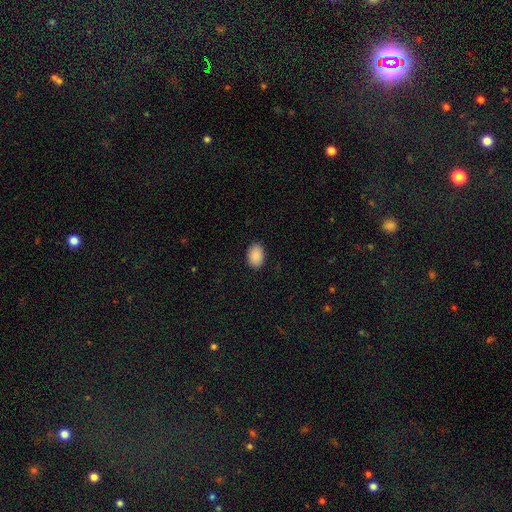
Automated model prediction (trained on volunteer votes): Overall: smooth (90%). How rounded: in between (82%). Merging: none (89%).